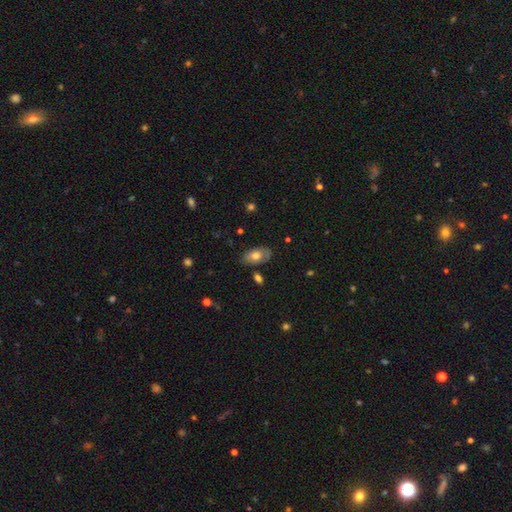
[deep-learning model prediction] Smooth or featured? Predicted: smooth (p=0.61). How rounded? Predicted: in between (p=0.92). Merging? Predicted: none (p=0.76).